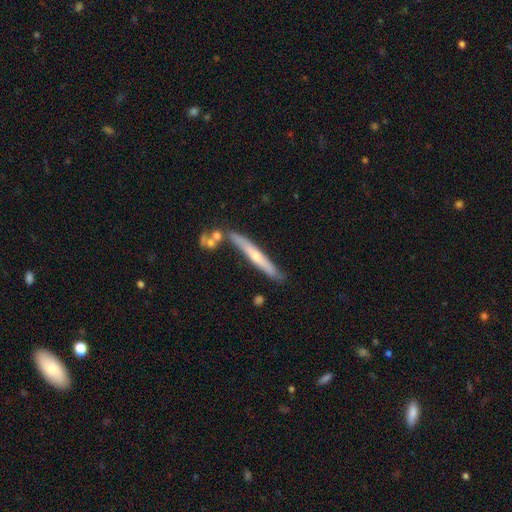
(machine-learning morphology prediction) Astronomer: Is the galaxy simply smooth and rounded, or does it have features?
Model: featured or disk — 56% (runner-up: smooth, 37%).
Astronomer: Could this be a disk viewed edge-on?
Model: yes — 91%.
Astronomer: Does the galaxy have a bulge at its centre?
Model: rounded — 70%.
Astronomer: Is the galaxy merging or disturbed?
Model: none — 76%.